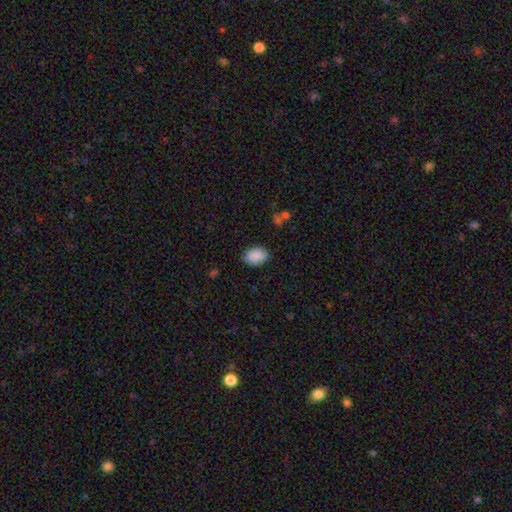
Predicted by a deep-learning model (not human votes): This is clearly a smooth galaxy (90%). How rounded: clearly in between (80%). Merging: clearly none (85%).